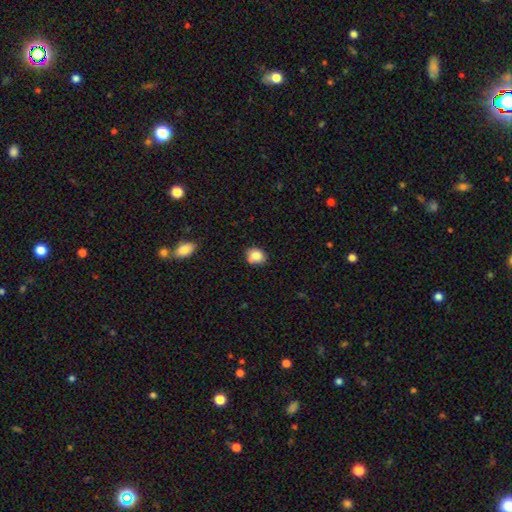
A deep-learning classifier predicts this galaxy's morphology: A smooth galaxy with no disk features (81%) that is round (57%).

Vote fractions:
- Smooth or featured? smooth: 81% / star or artifact: 10% / featured or disk: 9%
- How rounded? round: 57% / in between: 42% / cigar-shaped: 1%
- Merging? none: 71% / minor disturbance: 16% / merger: 10% / major disturbance: 3%